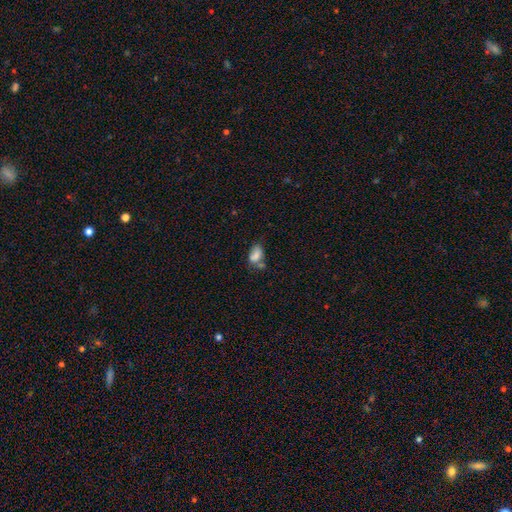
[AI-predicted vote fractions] A smooth galaxy with no disk features (75%) that is in between round and cigar-shaped (86%). Merging: none (38%).